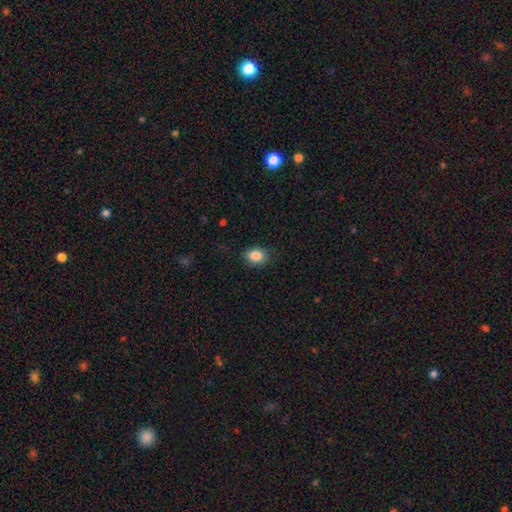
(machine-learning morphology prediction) A smooth galaxy with no disk features (86%) that is in between round and cigar-shaped (58%). Merging: none (82%).